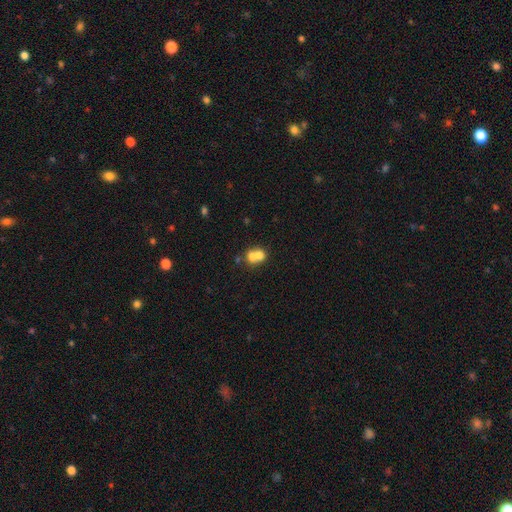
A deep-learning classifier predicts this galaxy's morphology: type=smooth (67%); roundness=round (69%); merging=merger (67%).